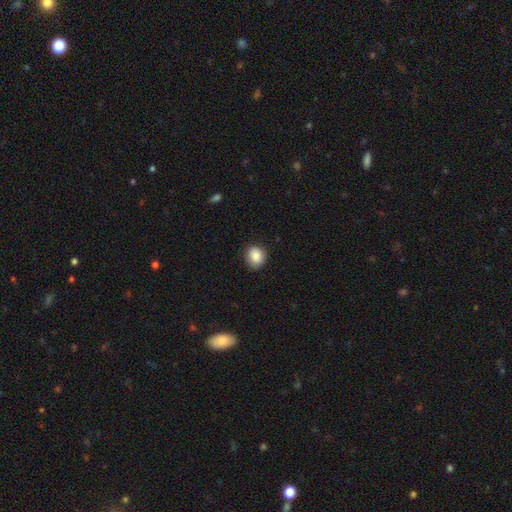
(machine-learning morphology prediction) This is clearly a smooth galaxy (87%). How rounded: likely round (72%). Merging: clearly none (81%).